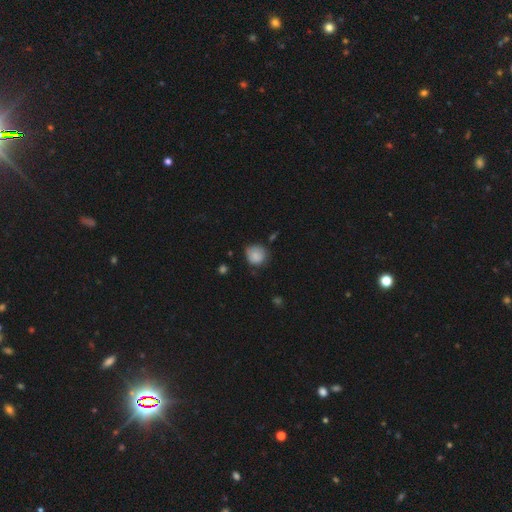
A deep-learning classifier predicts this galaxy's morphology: type=smooth (83%); roundness=round (83%); merging=none (67%).